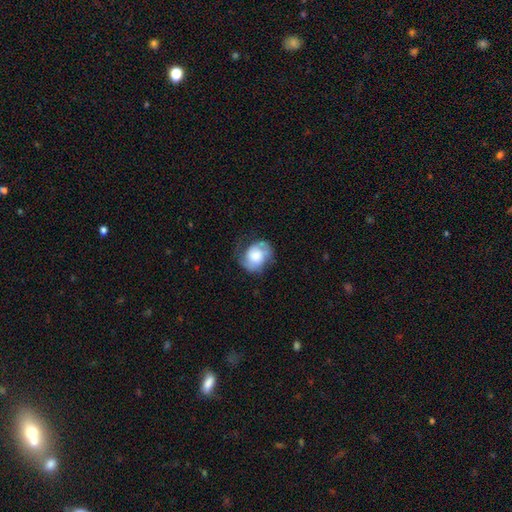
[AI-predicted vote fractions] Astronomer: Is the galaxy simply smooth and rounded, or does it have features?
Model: featured or disk — 52% (runner-up: smooth, 40%).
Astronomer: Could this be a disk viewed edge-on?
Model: no — 97%.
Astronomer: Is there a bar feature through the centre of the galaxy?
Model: no — 74%.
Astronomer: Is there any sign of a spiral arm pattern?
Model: yes — 84%.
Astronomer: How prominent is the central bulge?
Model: large — 35% (runner-up: moderate, 31%).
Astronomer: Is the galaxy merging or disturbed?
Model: none — 53%.